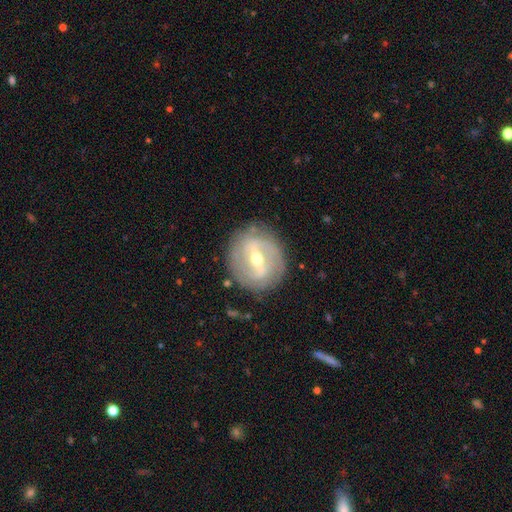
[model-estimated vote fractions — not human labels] smooth-or-featured: featured or disk: 75% | smooth: 17% | star or artifact: 7%
  disk-edge-on: no: 93% | yes: 7%
    bar: strong: 55% | weak: 35% | no: 10%
    has-spiral-arms: yes: 69% | no: 31%
    bulge-size: moderate: 63% | small: 31% | large: 4% | none: 1% | dominant: 1%
  merging: none: 83% | minor disturbance: 12% | major disturbance: 4% | merger: 1%